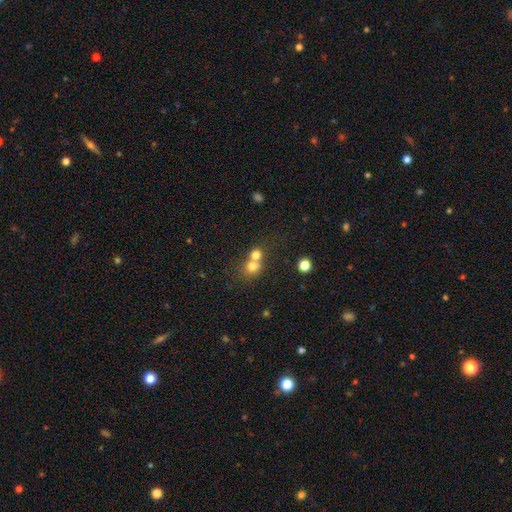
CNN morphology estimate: A smooth galaxy with no disk features (73%) that is round (80%).

Vote fractions:
- Smooth or featured? smooth: 73% / star or artifact: 14% / featured or disk: 13%
- How rounded? round: 80% / in between: 19% / cigar-shaped: 1%
- Merging? merger: 59% / none: 33% / minor disturbance: 5% / major disturbance: 3%